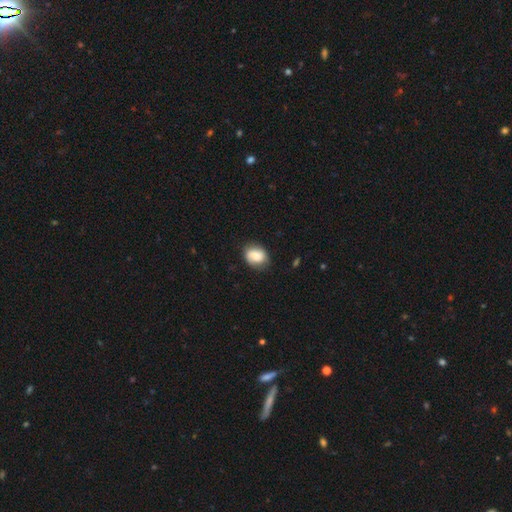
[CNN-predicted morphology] Q: Smooth or featured?
A: smooth (79%); runner-up: featured or disk (14%)
Q: How rounded?
A: in between (56%); runner-up: round (43%)
Q: Merging?
A: none (74%); runner-up: minor disturbance (20%)